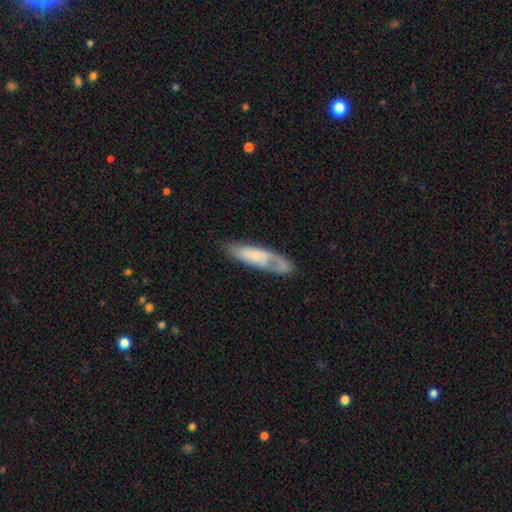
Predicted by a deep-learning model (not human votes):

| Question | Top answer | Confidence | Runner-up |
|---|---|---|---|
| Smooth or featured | featured or disk | 48% | smooth (46%) |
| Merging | none | 60% | minor disturbance (24%) |